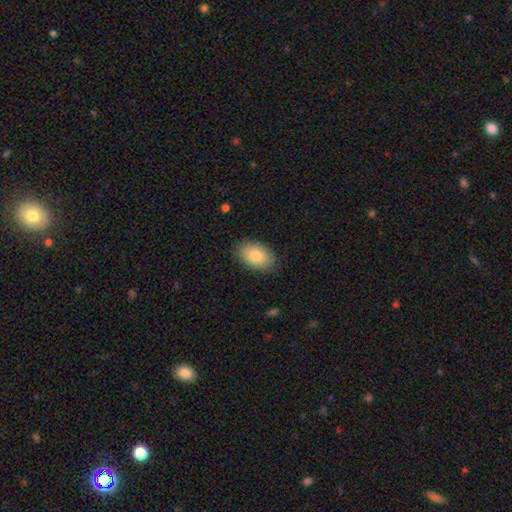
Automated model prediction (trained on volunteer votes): A smooth galaxy with no disk features (81%) that is in between round and cigar-shaped (91%). Merging: none (83%).